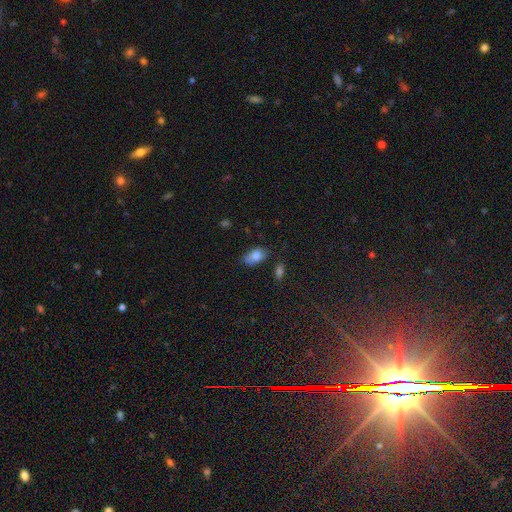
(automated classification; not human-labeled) Smooth or featured? Predicted: smooth (p=0.79). How rounded? Predicted: in between (p=0.91). Merging? Predicted: none (p=0.60).